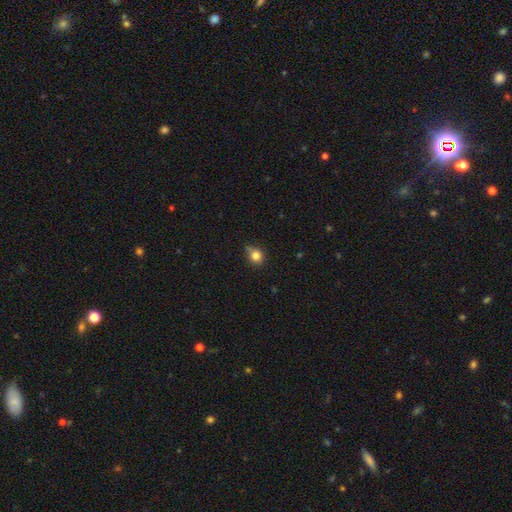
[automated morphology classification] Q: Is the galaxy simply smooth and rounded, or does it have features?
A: smooth — 82%.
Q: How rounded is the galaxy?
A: round — 80%.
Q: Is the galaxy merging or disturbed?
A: none — 64%.